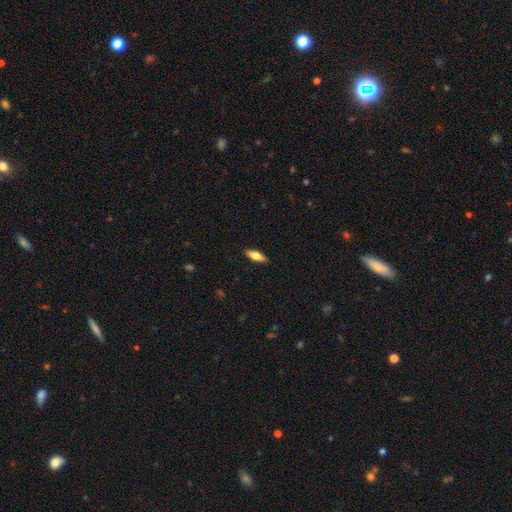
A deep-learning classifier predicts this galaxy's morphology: A smooth galaxy with no disk features (64%) that is in between round and cigar-shaped (56%). Merging: none (90%).